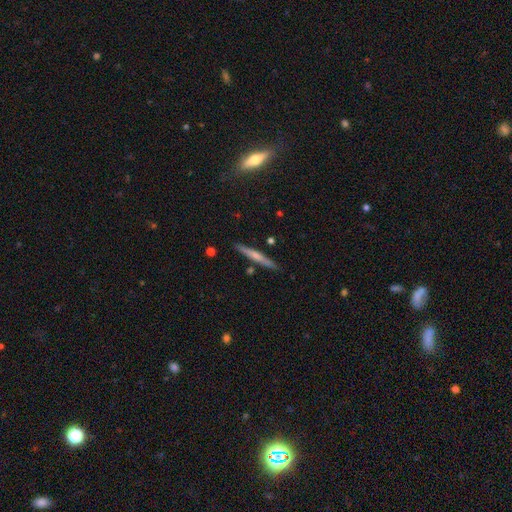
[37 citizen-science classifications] A featured or disk galaxy (57%) viewed edge-on (100%) with no central bulge (43%).

Vote fractions:
- Smooth or featured? featured or disk: 57% / smooth: 41% / star or artifact: 3%
- Edge-on disk? yes: 100% / no: 0%
- Edge-on bulge? none: 43% / rounded: 33% / boxy: 24%
- Merging? none: 86% / minor disturbance: 6% / merger: 6% / major disturbance: 3%